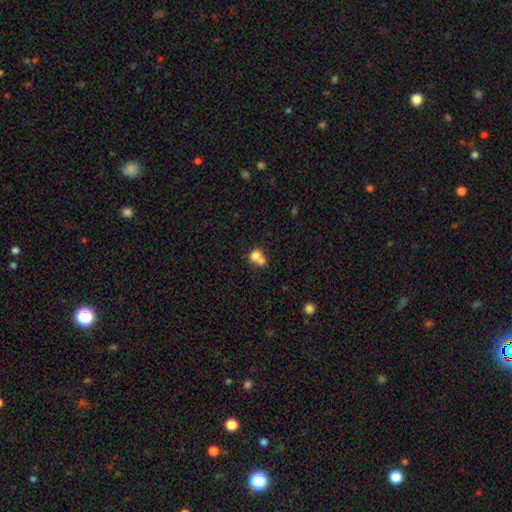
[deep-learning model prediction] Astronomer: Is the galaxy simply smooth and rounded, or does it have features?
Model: smooth — 72%.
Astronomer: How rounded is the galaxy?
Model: round — 65%.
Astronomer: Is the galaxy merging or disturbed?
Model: merger — 58%.